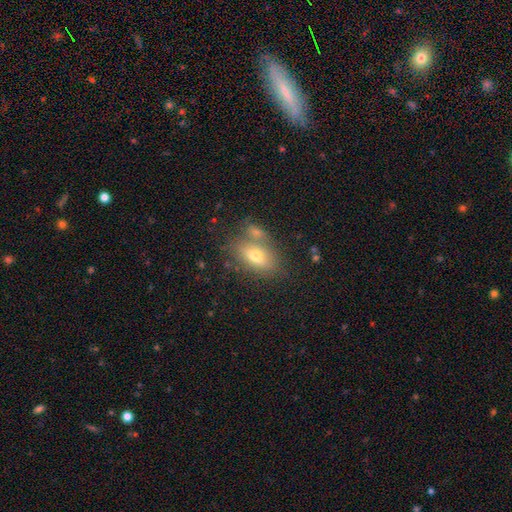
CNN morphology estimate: Smooth or featured? Predicted: smooth (p=0.67). How rounded? Predicted: in between (p=0.81). Merging? Predicted: none (p=0.61).